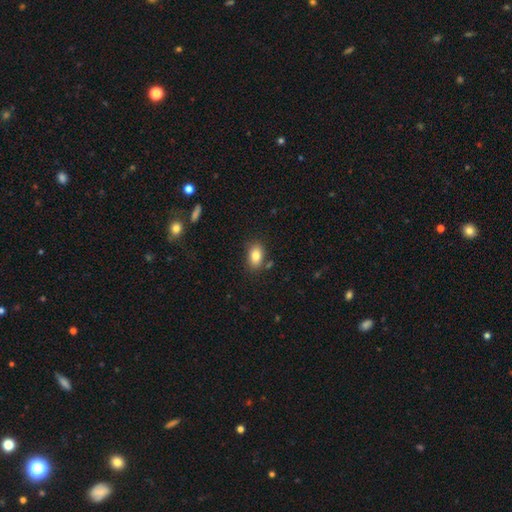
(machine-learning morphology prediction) smooth 84%, star or artifact 8%, featured or disk 8%. Down the decision tree: how rounded — in between (86%); merging — none (79%).